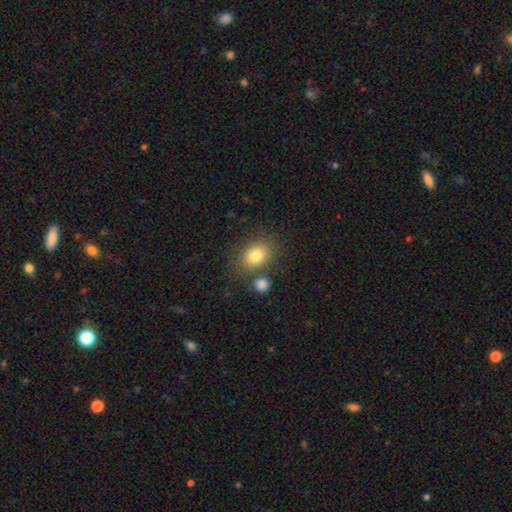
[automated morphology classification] Smooth or featured: smooth — 81% (featured or disk — 10%)
How rounded: in between — 69% (round — 30%)
Merging: none — 71% (minor disturbance — 12%)